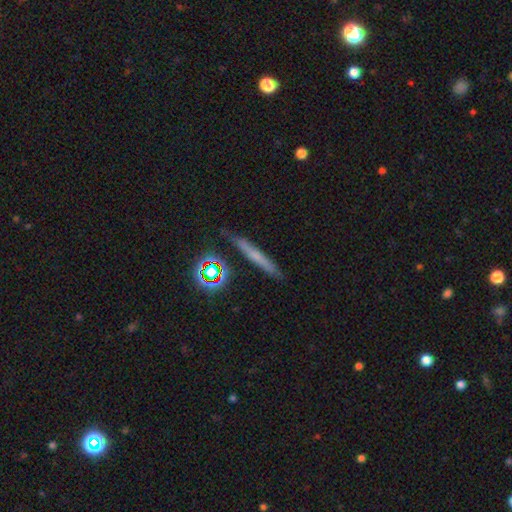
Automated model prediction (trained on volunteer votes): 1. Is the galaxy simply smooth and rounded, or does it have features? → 50% smooth, 34% featured or disk, 16% star or artifact.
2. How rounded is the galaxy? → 85% cigar-shaped, 9% round, 6% in between.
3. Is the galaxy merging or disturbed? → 81% none, 12% minor disturbance, 3% major disturbance, 3% merger.